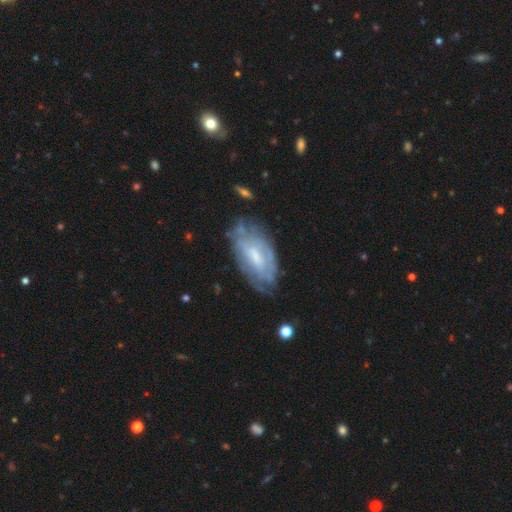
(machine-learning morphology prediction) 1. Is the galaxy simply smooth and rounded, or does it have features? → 63% featured or disk, 29% smooth, 7% star or artifact.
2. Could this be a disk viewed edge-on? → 91% no, 9% yes.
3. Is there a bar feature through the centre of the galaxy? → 46% weak, 42% no, 12% strong.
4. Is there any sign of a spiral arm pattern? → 61% yes, 39% no.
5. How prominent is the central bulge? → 43% moderate, 39% small, 11% none, 6% large, 1% dominant.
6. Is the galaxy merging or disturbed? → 62% none, 25% minor disturbance, 10% major disturbance, 3% merger.